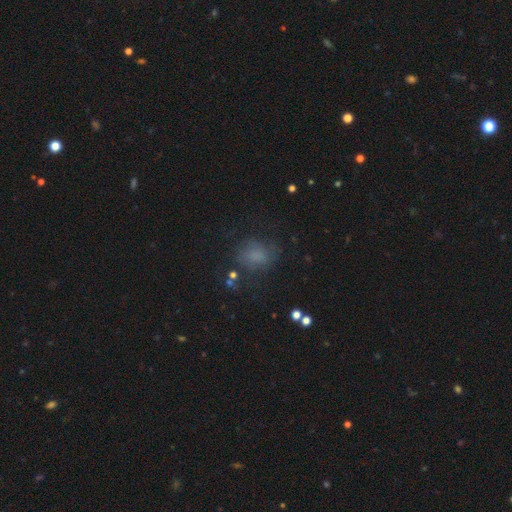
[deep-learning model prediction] Overall: smooth (62%). How rounded: in between (59%; round 39%). Merging: none (63%).